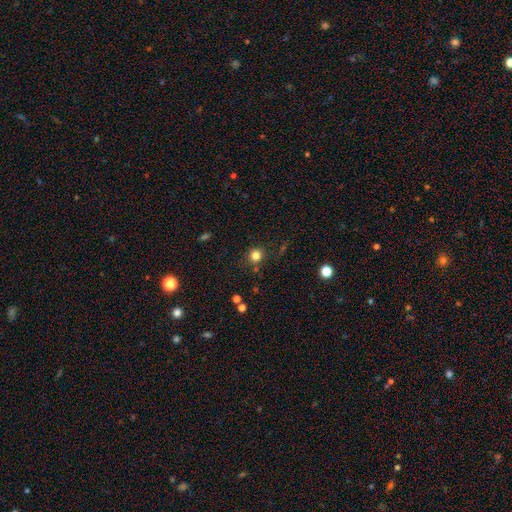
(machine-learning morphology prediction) Q: Smooth or featured?
A: smooth (80%); runner-up: star or artifact (14%)
Q: How rounded?
A: round (90%); runner-up: in between (9%)
Q: Merging?
A: none (84%); runner-up: minor disturbance (10%)